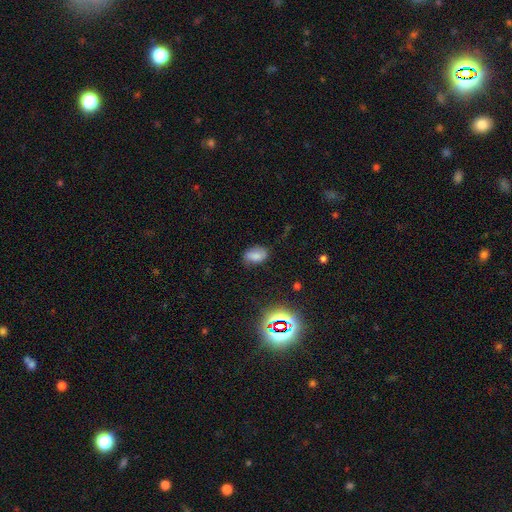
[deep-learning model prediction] The model was most divided on "merging": none: 74%, minor disturbance: 20%, major disturbance: 5%, merger: 2%. More confident: how rounded — in between (89%); smooth or featured — smooth (72%).